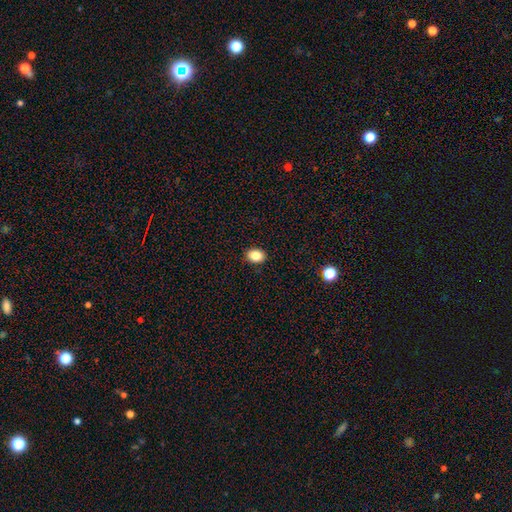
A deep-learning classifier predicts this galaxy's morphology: Smooth or featured? Predicted: smooth (p=0.85). How rounded? Predicted: in between (p=0.66). Merging? Predicted: none (p=0.91).